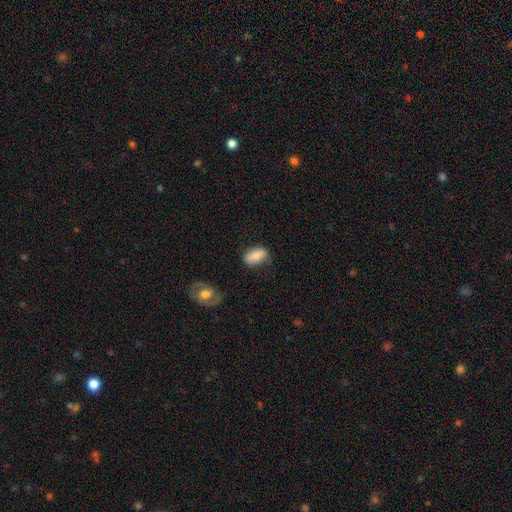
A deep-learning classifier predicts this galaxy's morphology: Smooth or featured?
  - smooth: 77% *
  - featured or disk: 16%
  - star or artifact: 7%
How rounded?
  - in between: 88% *
  - round: 8%
  - cigar-shaped: 4%
Merging?
  - none: 71% *
  - minor disturbance: 22%
  - major disturbance: 5%
  - merger: 3%